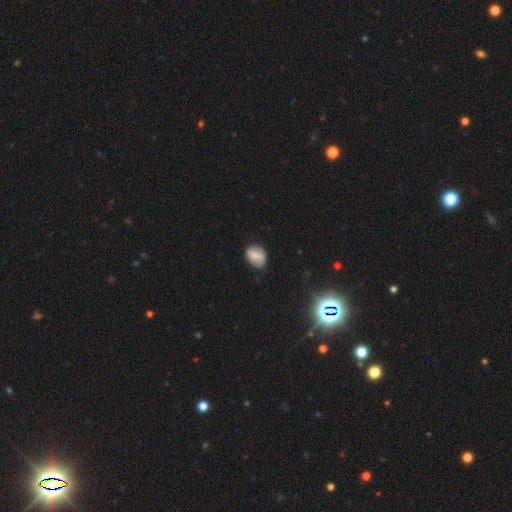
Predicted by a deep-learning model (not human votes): Q: Smooth or featured?
A: smooth (68%); runner-up: featured or disk (23%)
Q: How rounded?
A: in between (69%); runner-up: round (30%)
Q: Merging?
A: none (76%); runner-up: minor disturbance (18%)